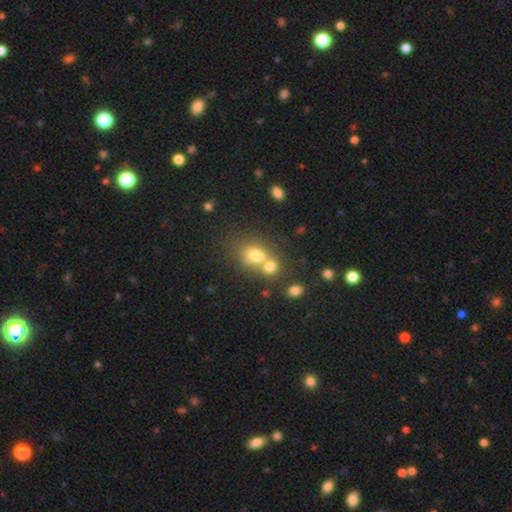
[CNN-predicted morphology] Smooth or featured: smooth — 69% (featured or disk — 17%)
How rounded: round — 49% (tied with in between — 49%)
Merging: merger — 54% (none — 33%)